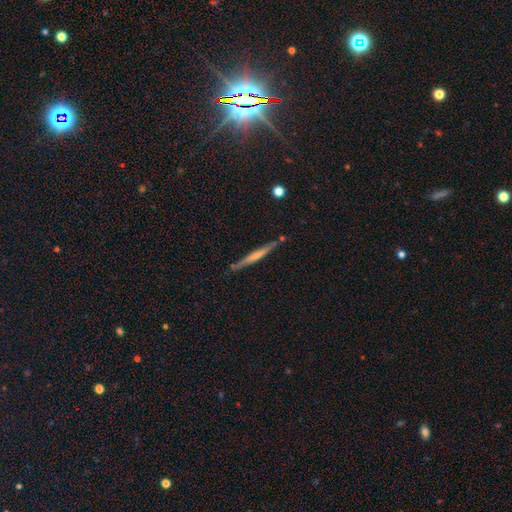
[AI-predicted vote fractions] smooth-or-featured: featured or disk: 51% | smooth: 43% | star or artifact: 6%
  disk-edge-on: yes: 97% | no: 3%
  merging: none: 84% | minor disturbance: 11% | merger: 3% | major disturbance: 2%